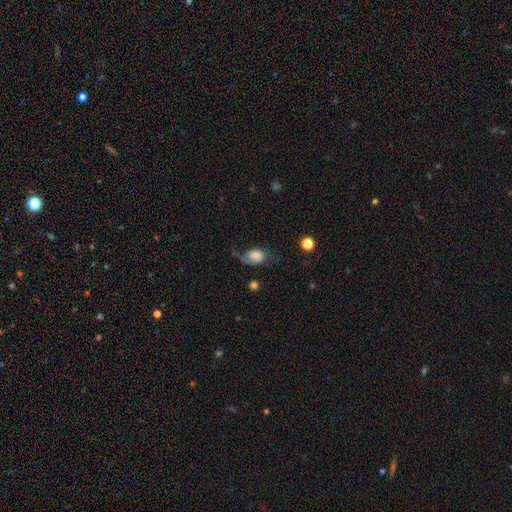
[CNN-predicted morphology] Q: Smooth or featured?
A: smooth (58%); runner-up: featured or disk (33%)
Q: How rounded?
A: in between (80%); runner-up: round (18%)
Q: Merging?
A: none (35%); runner-up: major disturbance (33%)